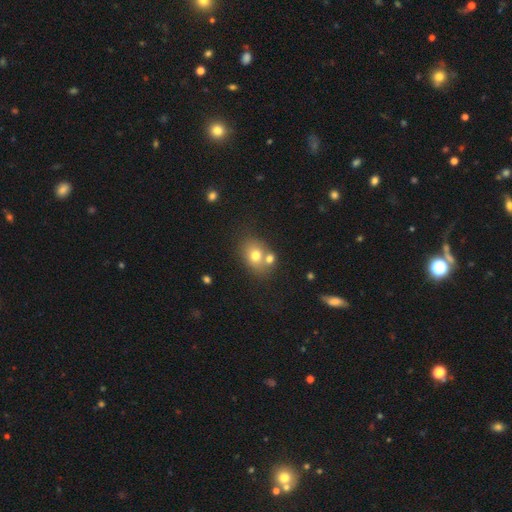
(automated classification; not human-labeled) smooth_or_featured: smooth (p=0.71) [alt: featured or disk p=0.17]
how_rounded: in between (p=0.53) [alt: round p=0.46]
merging: none (p=0.52) [alt: merger p=0.33]